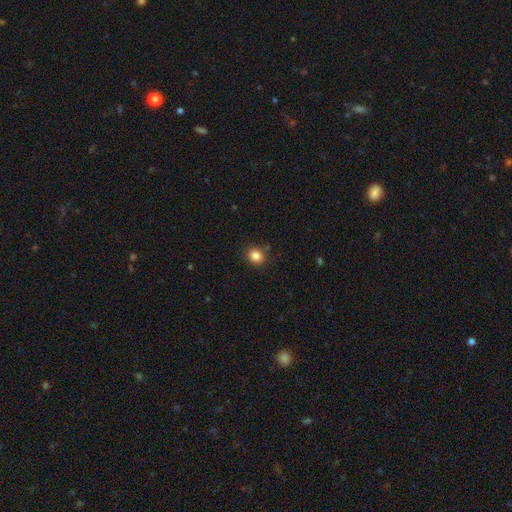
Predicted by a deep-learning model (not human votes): smooth-or-featured: smooth: 85% | star or artifact: 11% | featured or disk: 4%
  how-rounded: round: 74% | in between: 25% | cigar-shaped: 1%
  merging: none: 84% | minor disturbance: 12% | major disturbance: 3% | merger: 2%